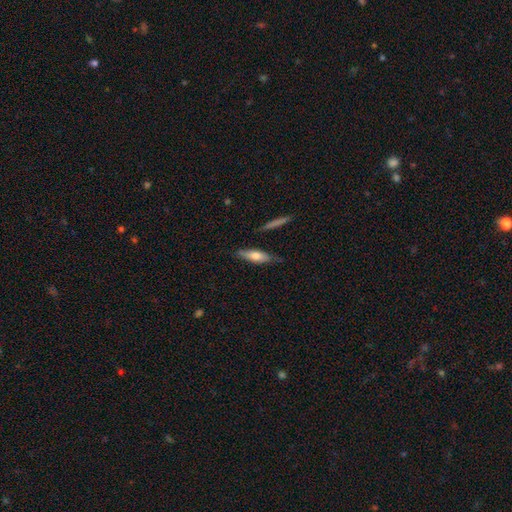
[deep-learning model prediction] Overall: smooth (63%; featured or disk 31%). How rounded: cigar-shaped (53%; in between 45%). Merging: none (72%).